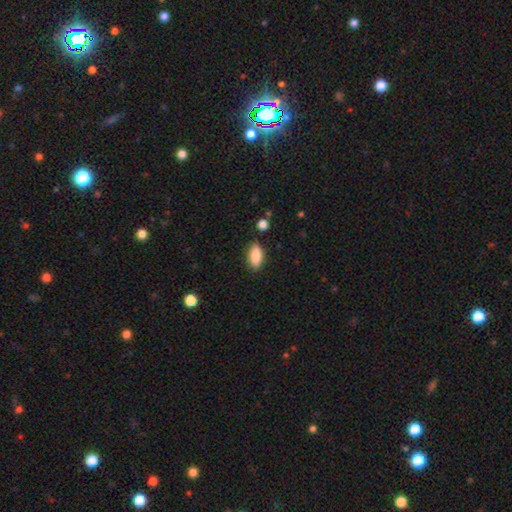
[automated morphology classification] smooth-or-featured: smooth: 87% | star or artifact: 7% | featured or disk: 7%
  how-rounded: in between: 85% | cigar-shaped: 12% | round: 3%
  merging: none: 85% | minor disturbance: 10% | major disturbance: 2% | merger: 2%